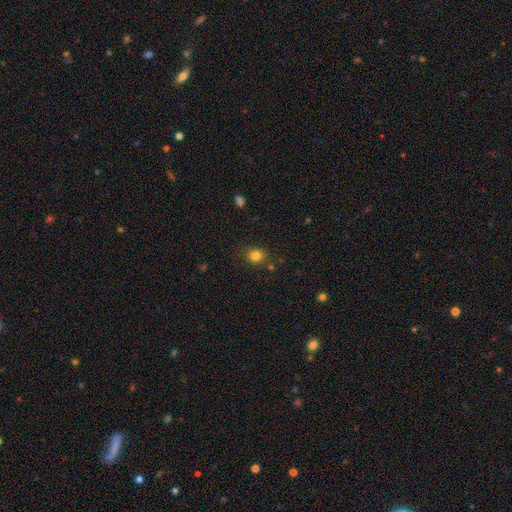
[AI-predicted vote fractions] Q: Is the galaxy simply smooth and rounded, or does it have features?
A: smooth — 81%.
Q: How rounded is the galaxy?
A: round — 77%.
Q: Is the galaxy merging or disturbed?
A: none — 83%.